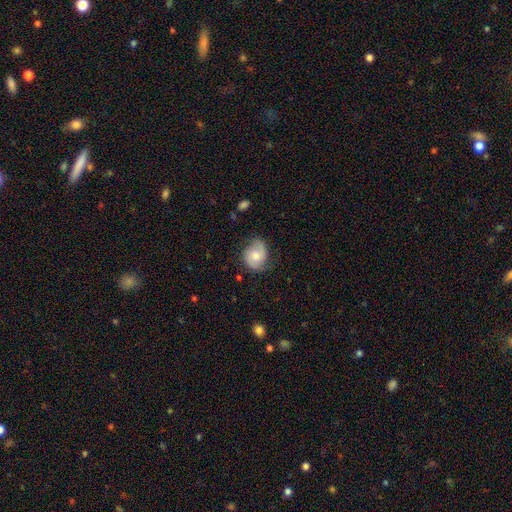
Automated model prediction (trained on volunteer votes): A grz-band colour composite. It shows a smooth galaxy with no disk features (47%). Merging: none (65%).